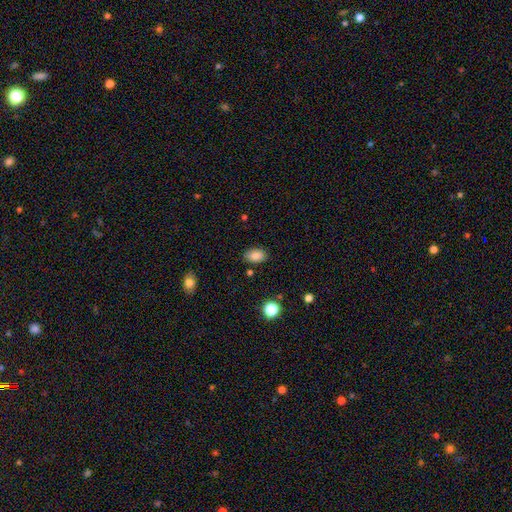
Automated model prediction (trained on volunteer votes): Smooth or featured? smooth (86%)
How rounded? in between (89%)
Merging? none (83%)